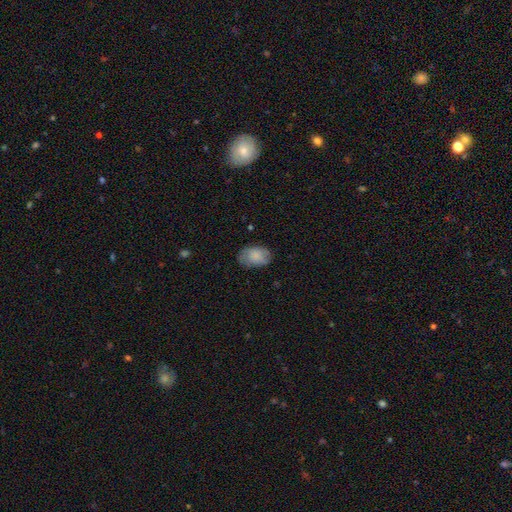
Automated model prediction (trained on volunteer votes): smooth 78%, featured or disk 15%, star or artifact 7%. Down the decision tree: how rounded — in between (84%); merging — none (69%).